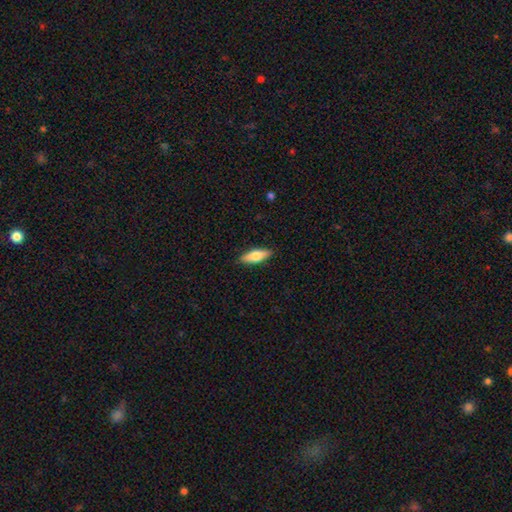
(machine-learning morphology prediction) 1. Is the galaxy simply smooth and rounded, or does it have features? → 69% smooth, 25% featured or disk, 6% star or artifact.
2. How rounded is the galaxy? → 57% in between, 41% cigar-shaped, 2% round.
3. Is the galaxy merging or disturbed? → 89% none, 8% minor disturbance, 2% major disturbance, 1% merger.